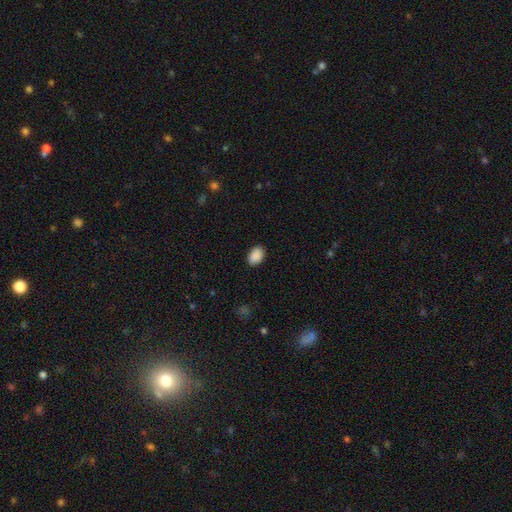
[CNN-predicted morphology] Overall: smooth (90%). How rounded: in between (82%). Merging: none (88%).